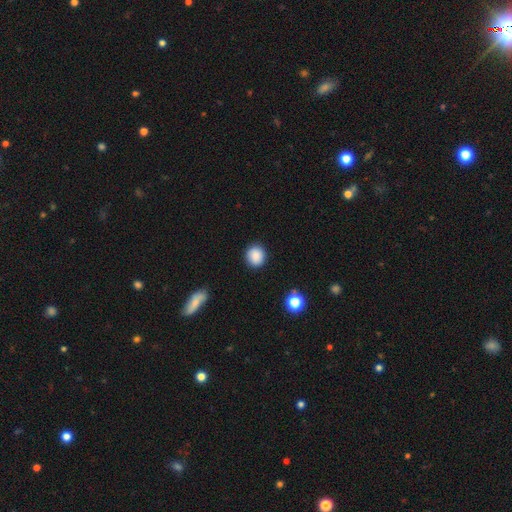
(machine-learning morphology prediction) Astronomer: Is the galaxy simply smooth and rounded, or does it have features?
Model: smooth — 87%.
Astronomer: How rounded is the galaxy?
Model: round — 88%.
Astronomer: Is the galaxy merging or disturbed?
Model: none — 89%.